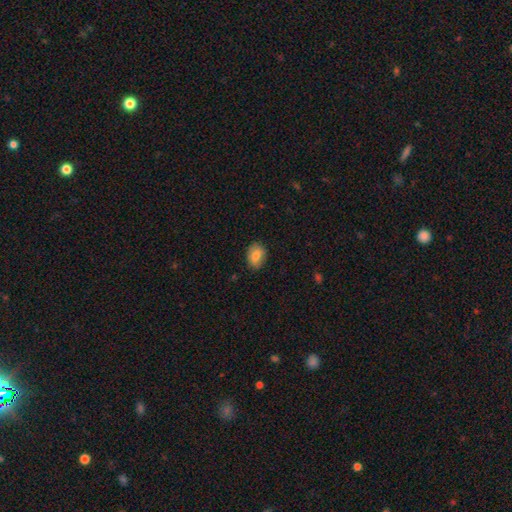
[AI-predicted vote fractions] smooth_or_featured: smooth (p=0.82) [alt: featured or disk p=0.11]
how_rounded: in between (p=0.74) [alt: round p=0.25]
merging: none (p=0.83) [alt: minor disturbance p=0.13]